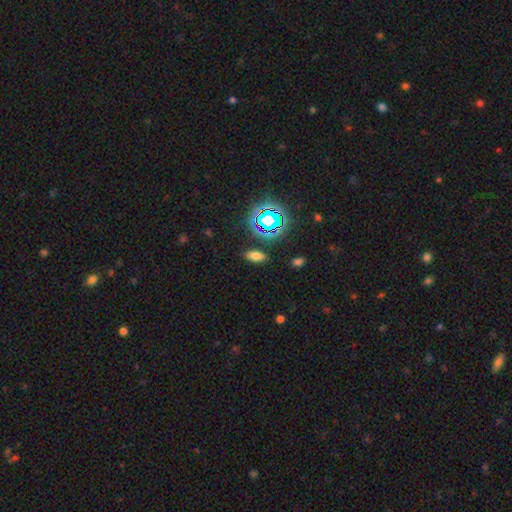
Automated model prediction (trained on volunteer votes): Smooth or featured? Predicted: smooth (p=0.67). How rounded? Predicted: in between (p=0.83). Merging? Predicted: none (p=0.87).